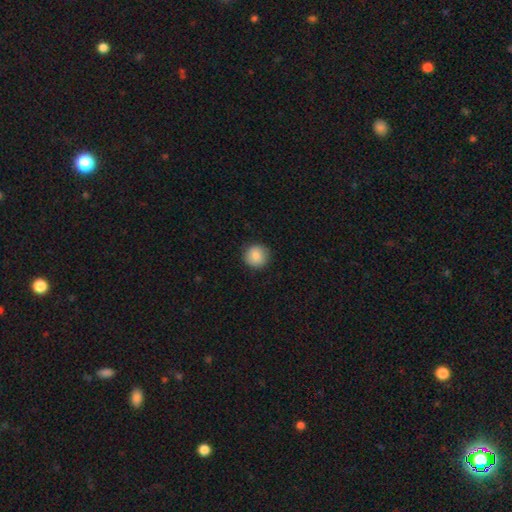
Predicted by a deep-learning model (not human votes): Smooth or featured: smooth — 87% (star or artifact — 8%)
How rounded: round — 92% (in between — 7%)
Merging: none — 89% (minor disturbance — 8%)